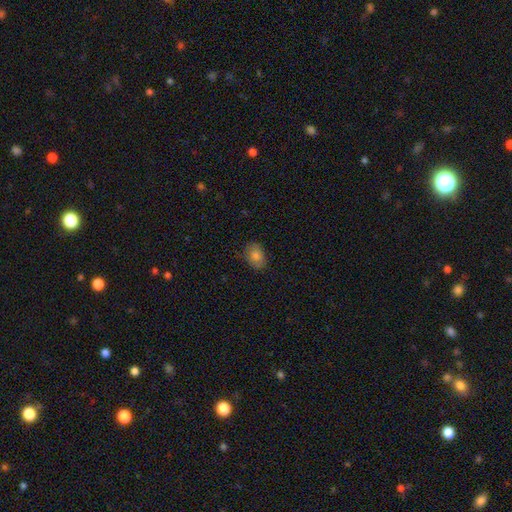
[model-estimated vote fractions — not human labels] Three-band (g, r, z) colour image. It shows a smooth galaxy with no disk features (81%) that is in between round and cigar-shaped (70%). Merging: none (79%).